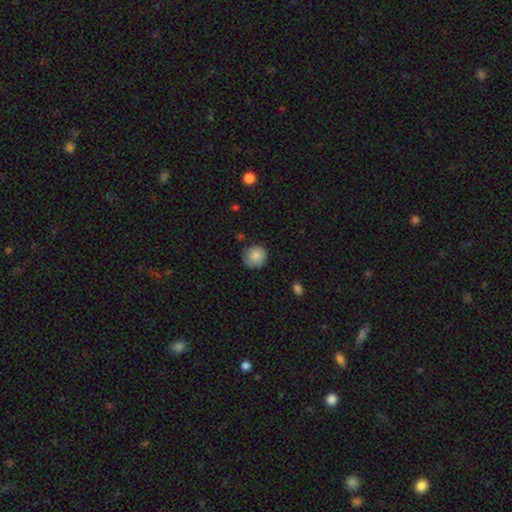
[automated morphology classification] A smooth galaxy with no disk features (83%) that is round (88%). Merging: none (74%).